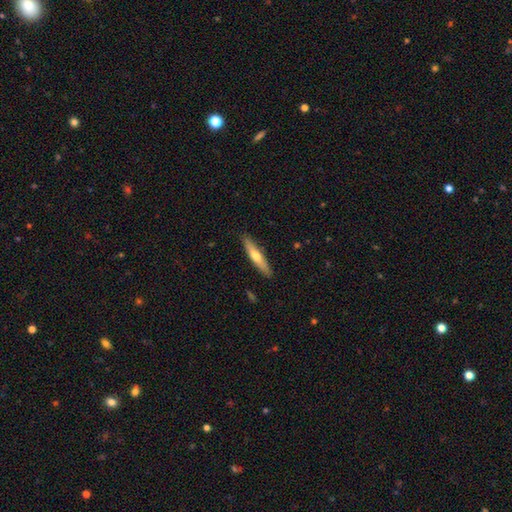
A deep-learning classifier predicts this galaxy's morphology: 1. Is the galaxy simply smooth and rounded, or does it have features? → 55% smooth, 40% featured or disk, 5% star or artifact.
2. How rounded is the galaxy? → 87% cigar-shaped, 11% in between, 2% round.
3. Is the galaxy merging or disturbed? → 90% none, 8% minor disturbance, 2% major disturbance, 1% merger.